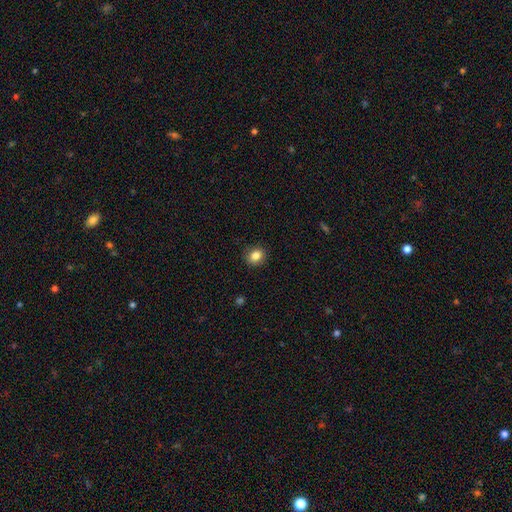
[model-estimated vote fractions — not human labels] Smooth or featured?
  - smooth: 83% *
  - star or artifact: 10%
  - featured or disk: 6%
How rounded?
  - round: 75% *
  - in between: 24%
  - cigar-shaped: 1%
Merging?
  - none: 88% *
  - minor disturbance: 8%
  - major disturbance: 2%
  - merger: 1%